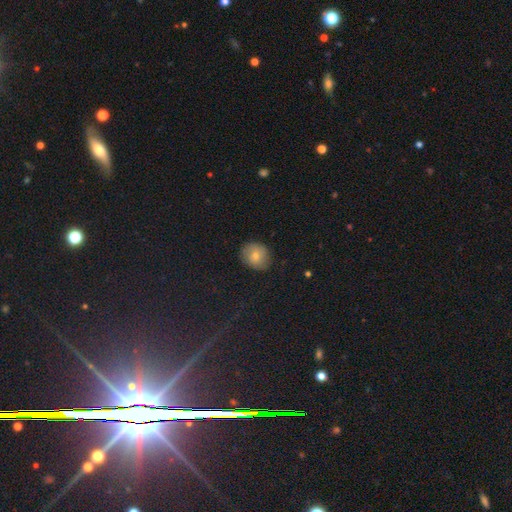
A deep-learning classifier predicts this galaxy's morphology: A smooth galaxy with no disk features (69%) that is round (77%). Merging: none (83%).